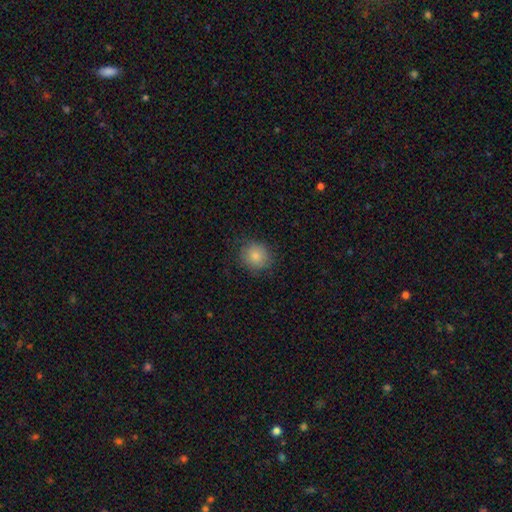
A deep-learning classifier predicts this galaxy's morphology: This appears to be a smooth galaxy with no disk features (83%) that is round (88%). Merging: none (83%).